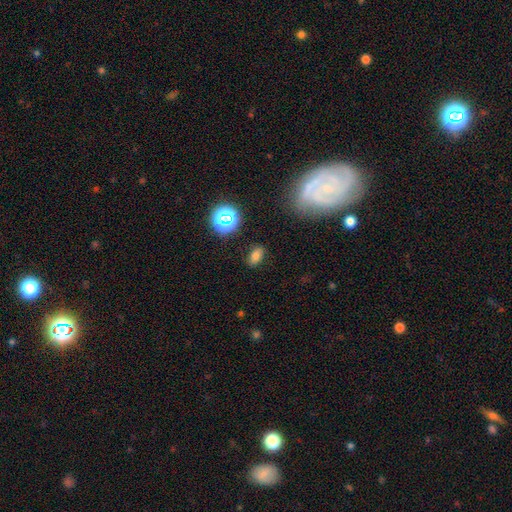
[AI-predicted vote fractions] Morphology: type=smooth (73%); roundness=in between (85%); merging=none (85%).